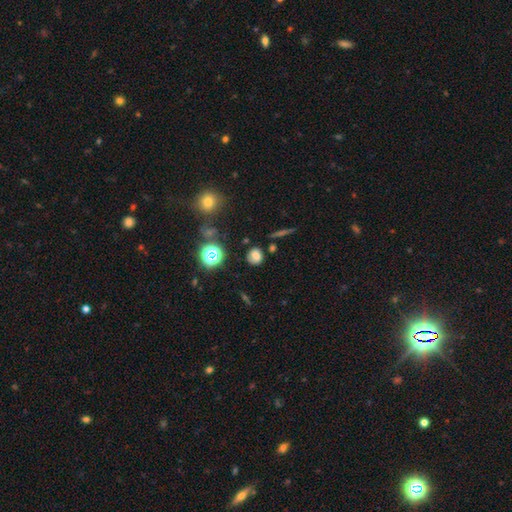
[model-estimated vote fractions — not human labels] Q: Smooth or featured?
A: smooth (68%); runner-up: star or artifact (19%)
Q: How rounded?
A: round (71%); runner-up: in between (28%)
Q: Merging?
A: none (75%); runner-up: minor disturbance (16%)